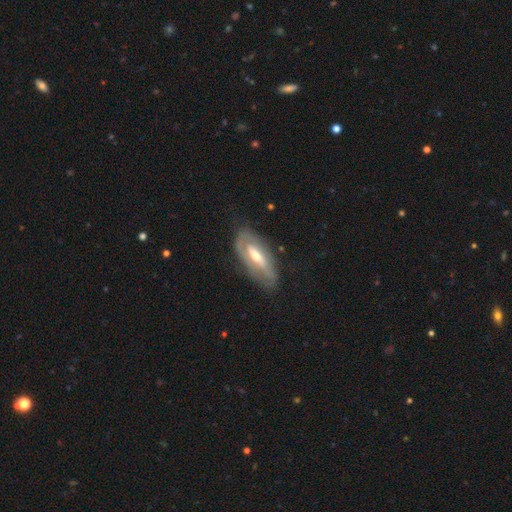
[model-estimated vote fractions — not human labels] This appears to be a featured or disk galaxy (72%) with a weak bar (40%), spiral arms (68%) and a moderate central bulge (61%). Merging: none (70%).